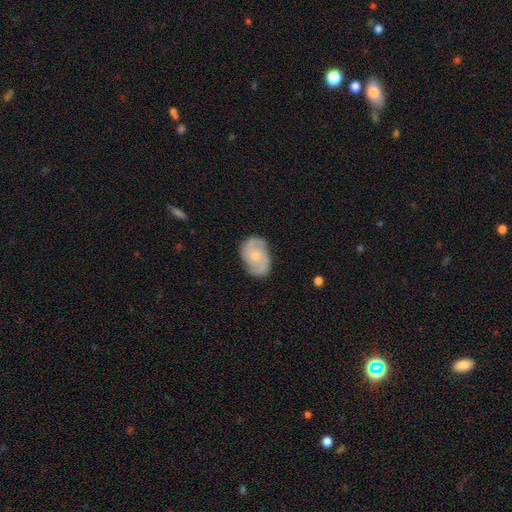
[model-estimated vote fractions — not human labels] smooth-or-featured: featured or disk: 78% | smooth: 16% | star or artifact: 6%
  disk-edge-on: no: 98% | yes: 2%
    bar: no: 69% | weak: 27% | strong: 4%
    has-spiral-arms: yes: 95% | no: 5%
      spiral-winding: medium: 50% | tight: 30% | loose: 19%
      spiral-arm-count: 2: 85% | can't tell: 6% | 3: 4% | 1: 2% | 4: 1% | more than 4: 1%
    bulge-size: small: 61% | moderate: 32% | none: 5% | large: 2% | dominant: 1%
  merging: none: 79% | minor disturbance: 15% | major disturbance: 4% | merger: 1%